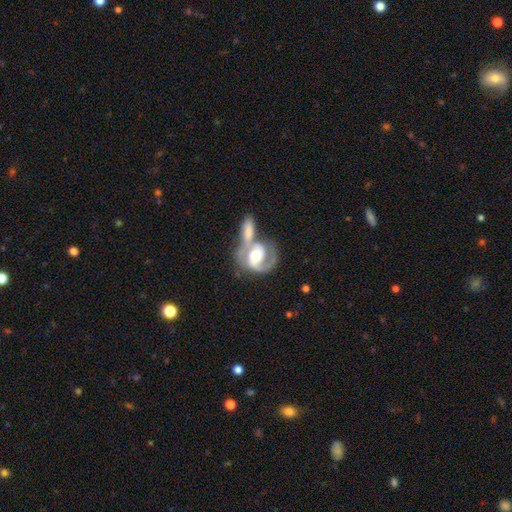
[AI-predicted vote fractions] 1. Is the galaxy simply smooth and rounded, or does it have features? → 82% featured or disk, 13% smooth, 4% star or artifact.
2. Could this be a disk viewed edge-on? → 97% no, 3% yes.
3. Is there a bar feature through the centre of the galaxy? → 43% no, 39% weak, 18% strong.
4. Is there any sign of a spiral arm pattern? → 93% yes, 7% no.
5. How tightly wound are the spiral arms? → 48% medium, 37% tight, 15% loose.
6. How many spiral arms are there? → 77% 2, 12% 1, 7% can't tell, 2% 3, 1% 4, 1% more than 4.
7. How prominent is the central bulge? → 66% moderate, 16% large, 15% small, 2% none, 1% dominant.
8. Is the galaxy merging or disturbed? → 49% merger, 28% none, 12% minor disturbance, 10% major disturbance.